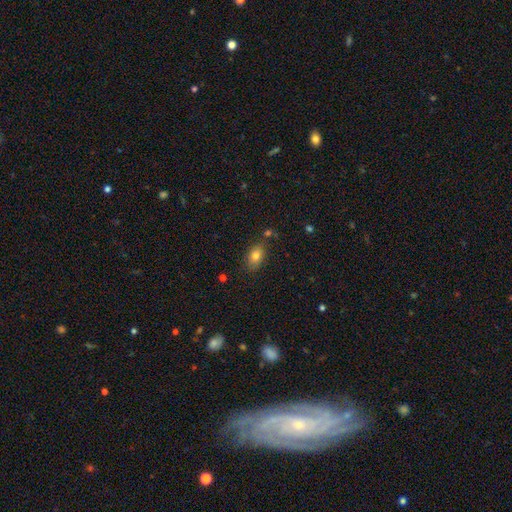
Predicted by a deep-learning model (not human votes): Smooth or featured? smooth (79%)
How rounded? in between (85%)
Merging? none (76%)